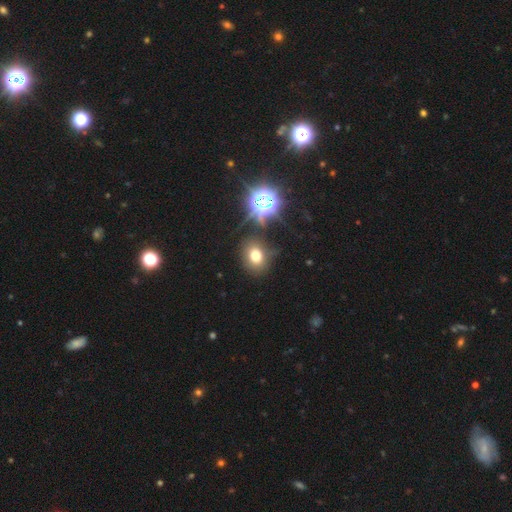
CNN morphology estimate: Q: Smooth or featured?
A: smooth (68%); runner-up: star or artifact (22%)
Q: How rounded?
A: round (53%); runner-up: in between (46%)
Q: Merging?
A: none (79%); runner-up: minor disturbance (12%)